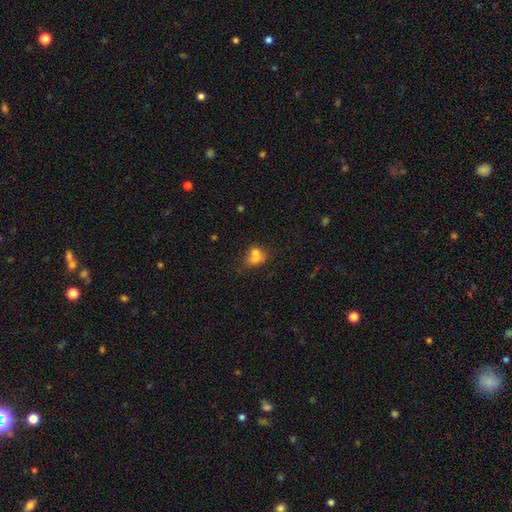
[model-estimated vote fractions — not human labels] Overall: smooth (66%). How rounded: round (55%; in between 43%). Merging: merger (58%; none 27%).